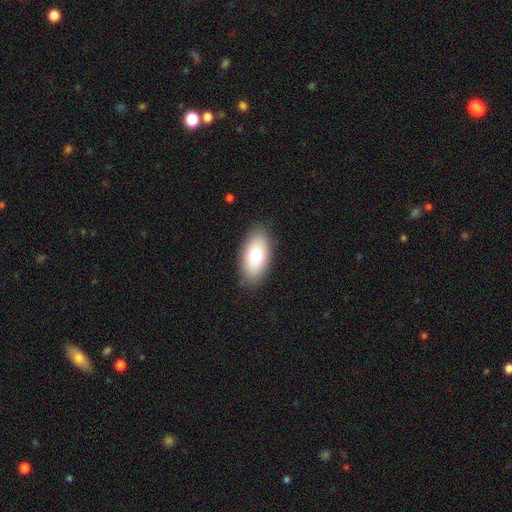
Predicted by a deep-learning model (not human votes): Smooth or featured? Predicted: smooth (p=0.74). How rounded? Predicted: in between (p=0.93). Merging? Predicted: none (p=0.86).